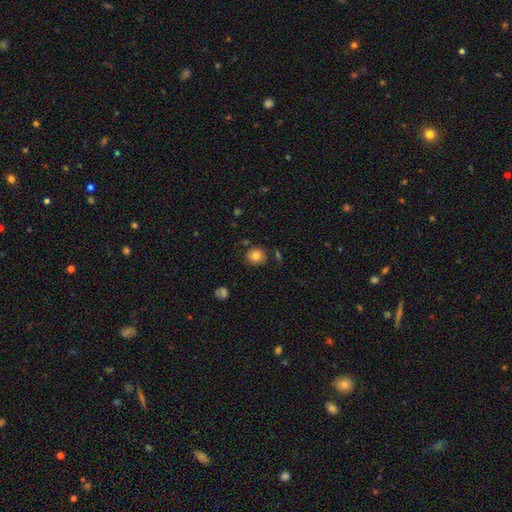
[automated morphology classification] Q: Smooth or featured?
A: smooth (81%); runner-up: star or artifact (11%)
Q: How rounded?
A: round (88%); runner-up: in between (12%)
Q: Merging?
A: none (81%); runner-up: minor disturbance (12%)